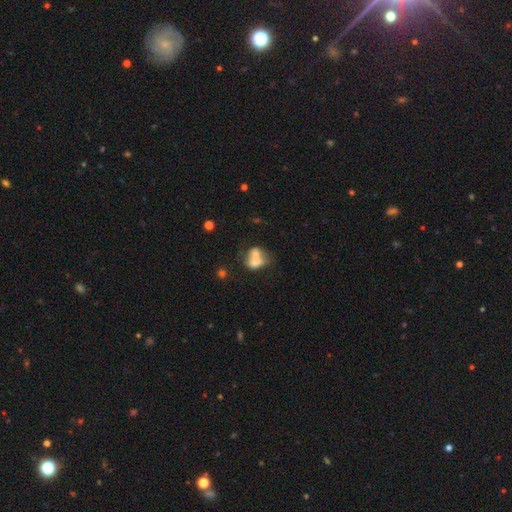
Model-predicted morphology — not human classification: The model was most divided on "how rounded": in between: 52%, round: 46%, cigar-shaped: 1%. More confident: merging — merger (63%); smooth or featured — smooth (61%).